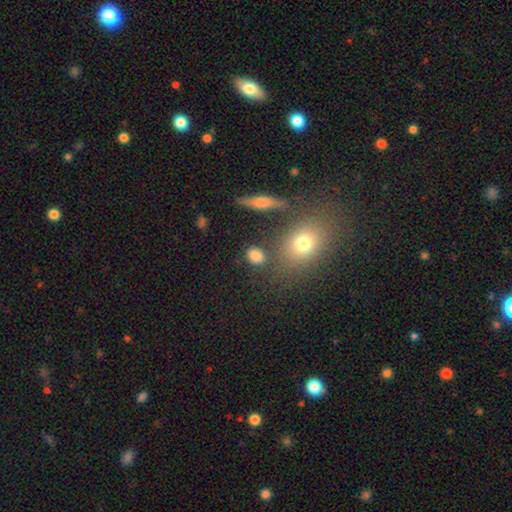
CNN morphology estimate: The model was most divided on "how rounded": round: 57%, in between: 40%, cigar-shaped: 3%. More confident: smooth or featured — smooth (82%); merging — none (77%).